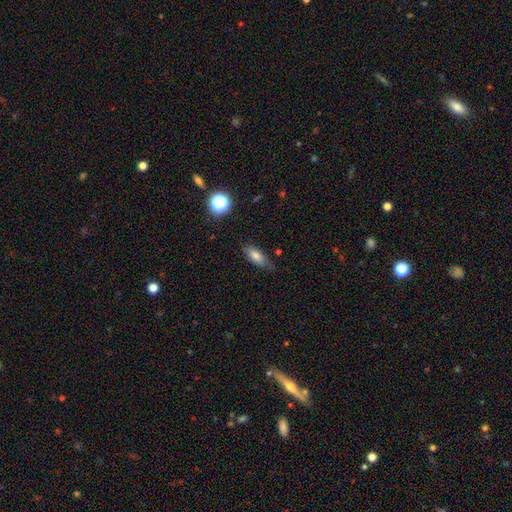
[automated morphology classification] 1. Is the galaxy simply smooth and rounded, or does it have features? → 74% smooth, 16% featured or disk, 10% star or artifact.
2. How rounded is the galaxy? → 68% in between, 27% cigar-shaped, 4% round.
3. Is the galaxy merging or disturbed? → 72% none, 22% minor disturbance, 4% major disturbance, 2% merger.